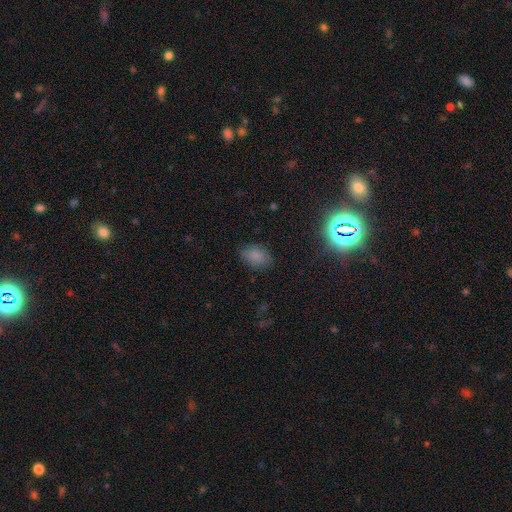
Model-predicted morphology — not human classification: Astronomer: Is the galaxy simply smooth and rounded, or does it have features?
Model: smooth — 83%.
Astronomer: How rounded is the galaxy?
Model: in between — 82%.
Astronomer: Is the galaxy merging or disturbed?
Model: none — 83%.